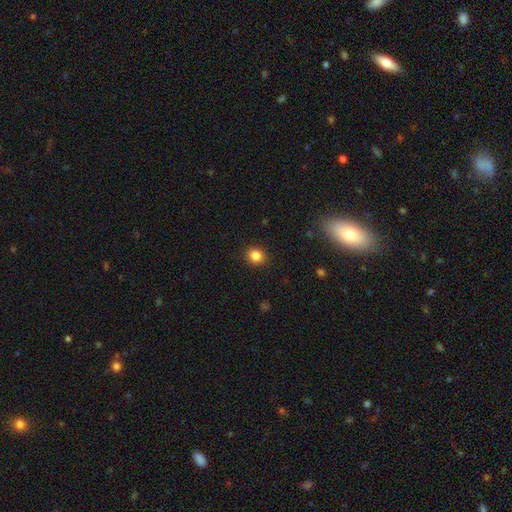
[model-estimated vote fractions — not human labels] Smooth or featured? smooth (84%)
How rounded? round (80%)
Merging? none (91%)